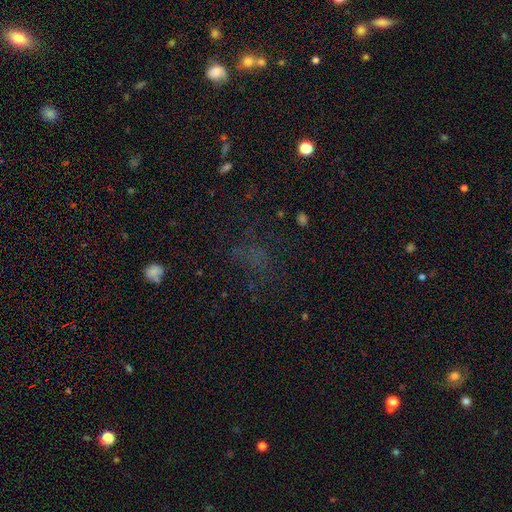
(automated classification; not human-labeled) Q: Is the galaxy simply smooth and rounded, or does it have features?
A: star or artifact — 44%.